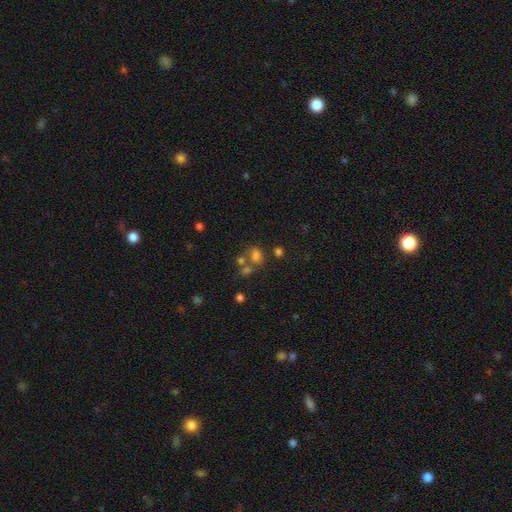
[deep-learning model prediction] Smooth or featured? smooth (68%)
How rounded? in between (60%)
Merging? none (44%)